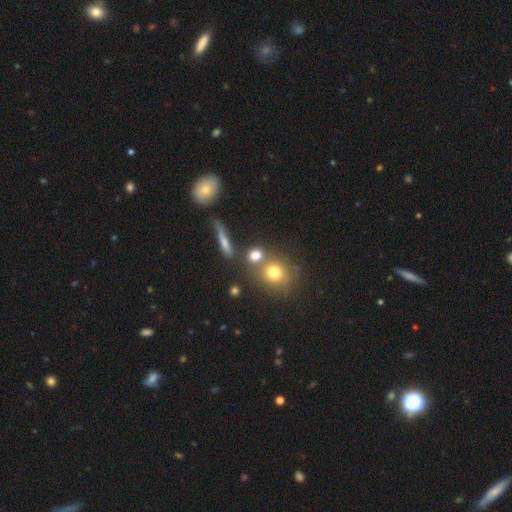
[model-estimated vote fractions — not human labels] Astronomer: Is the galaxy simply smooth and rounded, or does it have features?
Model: smooth — 73%.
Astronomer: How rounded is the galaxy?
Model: round — 75%.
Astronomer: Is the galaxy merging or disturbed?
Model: none — 55% (runner-up: merger, 31%).